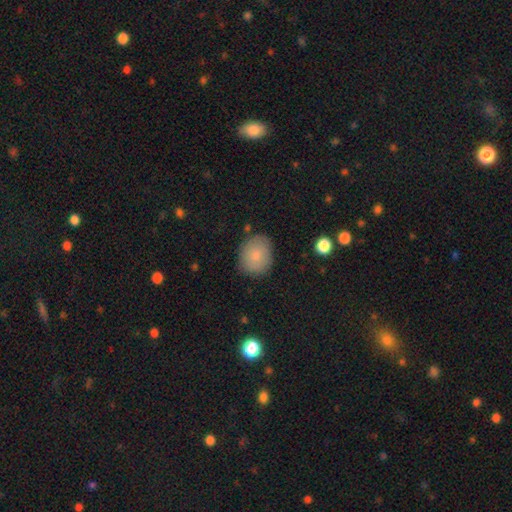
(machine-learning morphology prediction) This is clearly a smooth galaxy (82%). How rounded: likely round (63%). Merging: clearly none (82%).